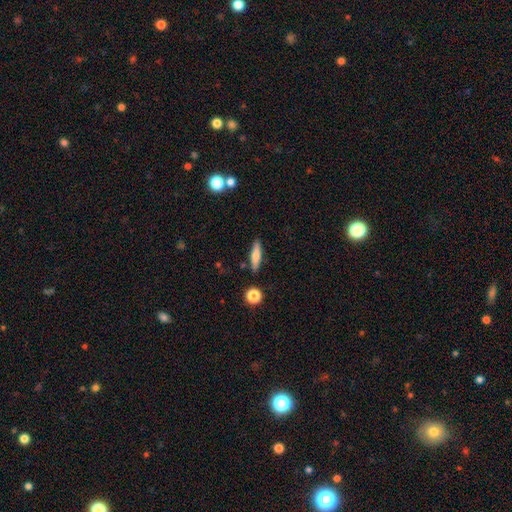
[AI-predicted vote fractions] This appears to be a smooth galaxy with no disk features (68%) that is cigar-shaped (71%). Merging: none (86%).